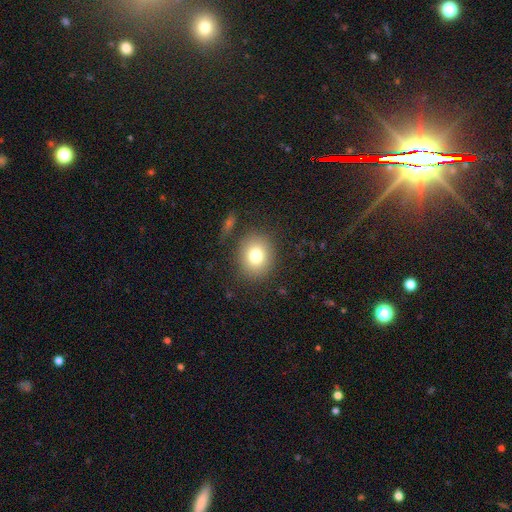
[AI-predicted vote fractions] Overall: smooth (78%). How rounded: round (69%; in between 30%). Merging: none (82%).